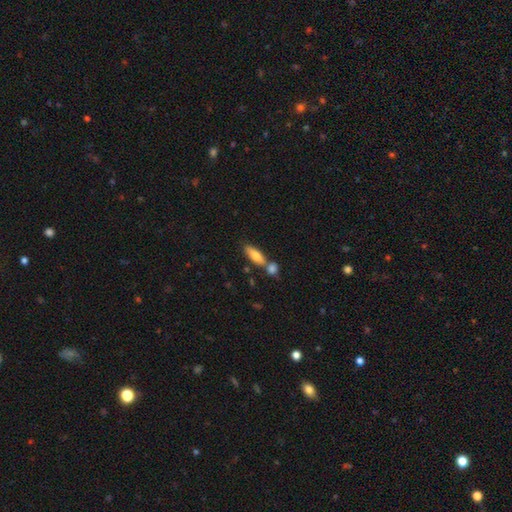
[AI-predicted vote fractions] Smooth or featured?
  - smooth: 73% *
  - featured or disk: 20%
  - star or artifact: 6%
How rounded?
  - in between: 60% *
  - cigar-shaped: 38%
  - round: 3%
Merging?
  - none: 53% *
  - merger: 33%
  - minor disturbance: 11%
  - major disturbance: 3%